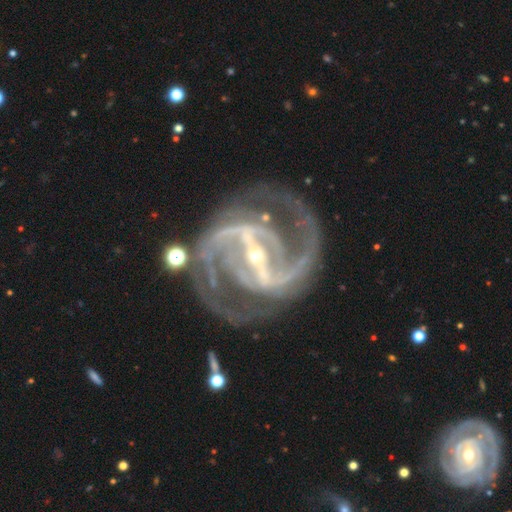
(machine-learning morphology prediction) smooth-or-featured: featured or disk: 93% | star or artifact: 5% | smooth: 2%
  disk-edge-on: no: 97% | yes: 3%
    bar: strong: 83% | weak: 13% | no: 4%
    has-spiral-arms: yes: 98% | no: 2%
      spiral-winding: medium: 56% | tight: 32% | loose: 12%
      spiral-arm-count: 2: 83% | 3: 6% | can't tell: 4% | 4: 3% | more than 4: 2% | 1: 2%
    bulge-size: small: 79% | moderate: 17% | large: 2% | none: 1% | dominant: 1%
  merging: none: 74% | minor disturbance: 14% | major disturbance: 9% | merger: 3%